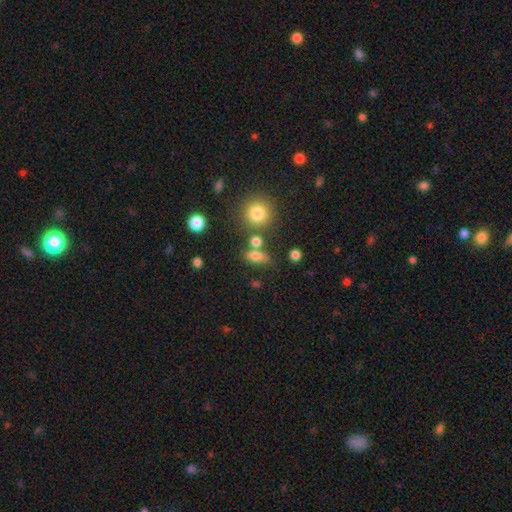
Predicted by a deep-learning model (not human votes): Overall: smooth (76%). How rounded: in between (68%). Merging: none (62%).